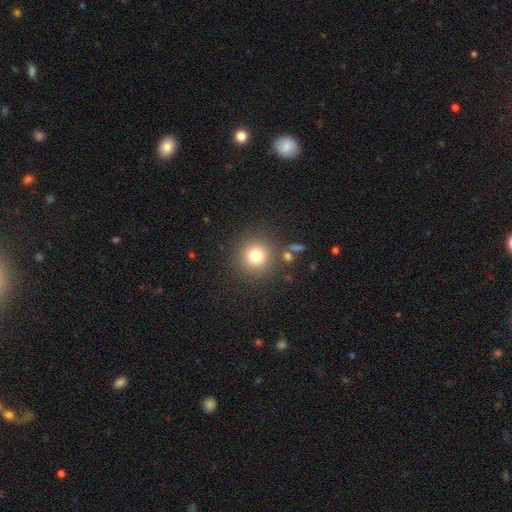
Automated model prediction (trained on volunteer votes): smooth 78%, star or artifact 13%, featured or disk 9%. Down the decision tree: how rounded — round (93%); merging — none (84%).